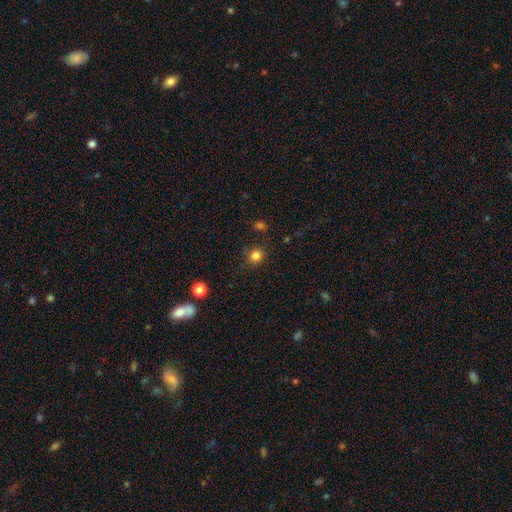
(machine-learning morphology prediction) Q: Smooth or featured?
A: smooth (83%); runner-up: star or artifact (13%)
Q: How rounded?
A: round (86%); runner-up: in between (13%)
Q: Merging?
A: none (81%); runner-up: minor disturbance (12%)